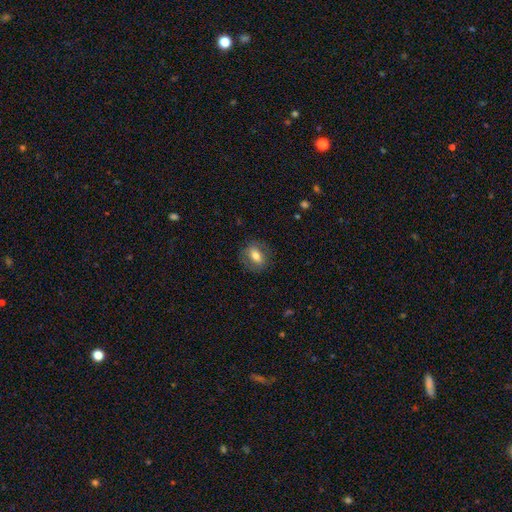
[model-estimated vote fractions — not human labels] smooth_or_featured: smooth (p=0.66) [alt: featured or disk p=0.25]
how_rounded: in between (p=0.62) [alt: round p=0.36]
merging: none (p=0.82) [alt: minor disturbance p=0.12]